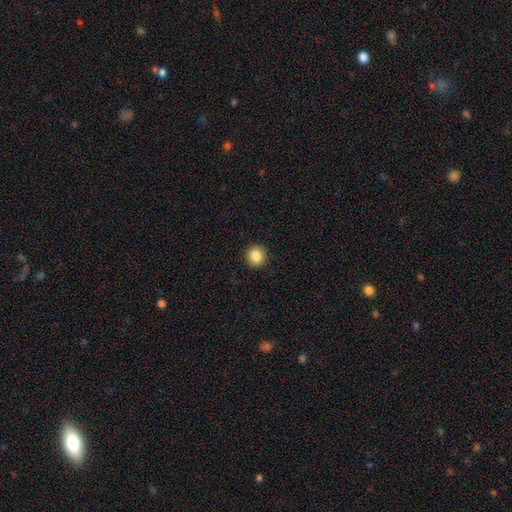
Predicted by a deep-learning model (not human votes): This is clearly a smooth galaxy (85%). How rounded: clearly round (90%). Merging: clearly none (92%).